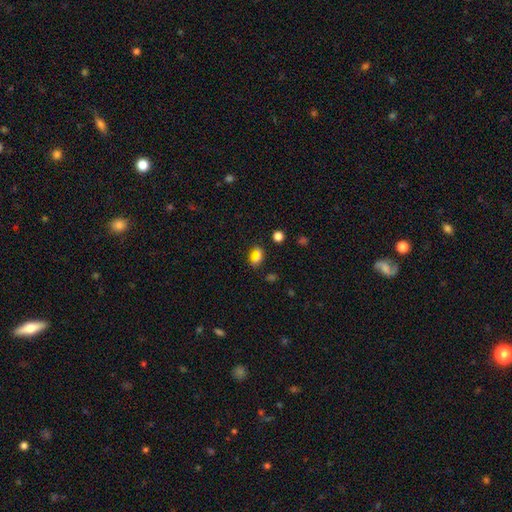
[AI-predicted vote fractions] Smooth or featured?
  - smooth: 60% *
  - star or artifact: 32%
  - featured or disk: 8%
How rounded?
  - in between: 60% *
  - round: 34%
  - cigar-shaped: 6%
Merging?
  - none: 77% *
  - minor disturbance: 13%
  - major disturbance: 6%
  - merger: 4%